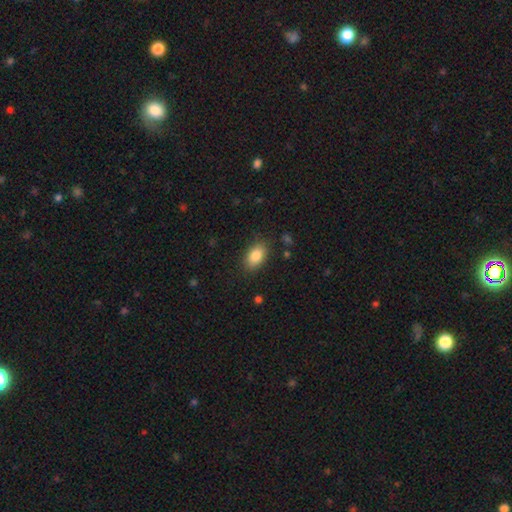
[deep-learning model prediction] This is clearly a smooth galaxy (85%). How rounded: clearly in between (89%). Merging: clearly none (84%).